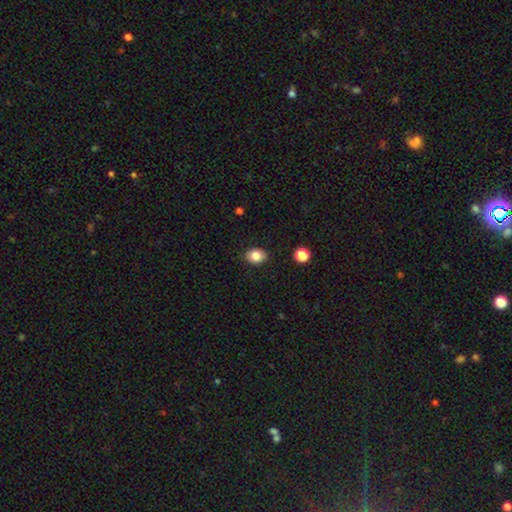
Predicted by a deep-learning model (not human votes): Smooth or featured? Predicted: smooth (p=0.84). How rounded? Predicted: in between (p=0.62). Merging? Predicted: none (p=0.87).